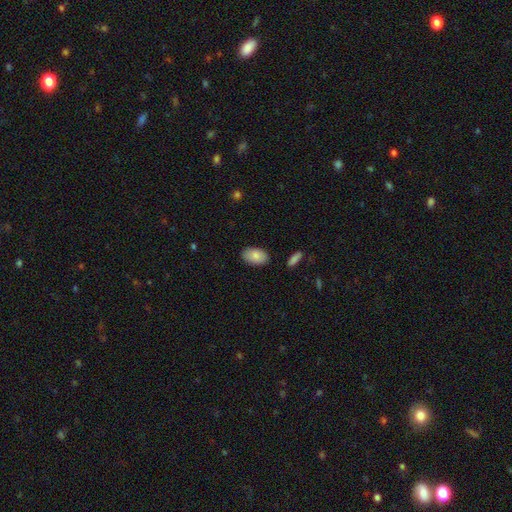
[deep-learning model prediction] Smooth or featured? Predicted: smooth (p=0.87). How rounded? Predicted: in between (p=0.93). Merging? Predicted: none (p=0.87).